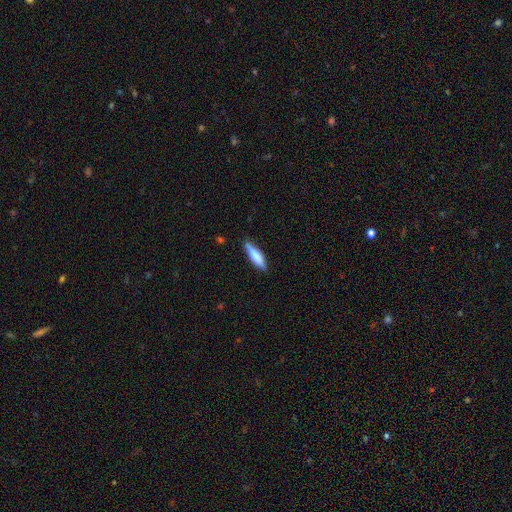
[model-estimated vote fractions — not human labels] smooth_or_featured: smooth (p=0.74) [alt: featured or disk p=0.20]
how_rounded: cigar-shaped (p=0.68) [alt: in between p=0.30]
merging: none (p=0.80) [alt: minor disturbance p=0.16]